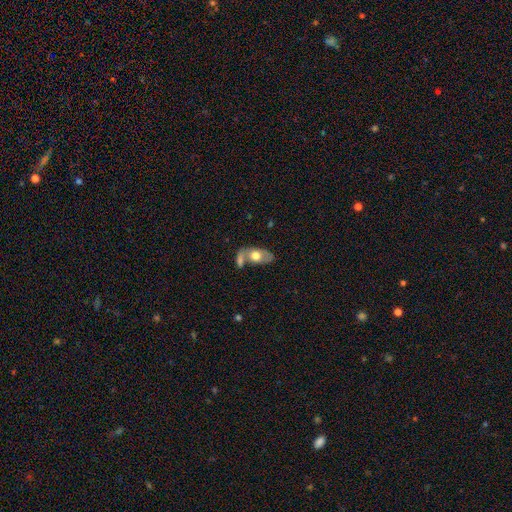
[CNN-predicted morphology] Q: Smooth or featured?
A: smooth (54%); runner-up: featured or disk (41%)
Q: How rounded?
A: in between (88%); runner-up: round (8%)
Q: Merging?
A: none (46%); runner-up: merger (32%)